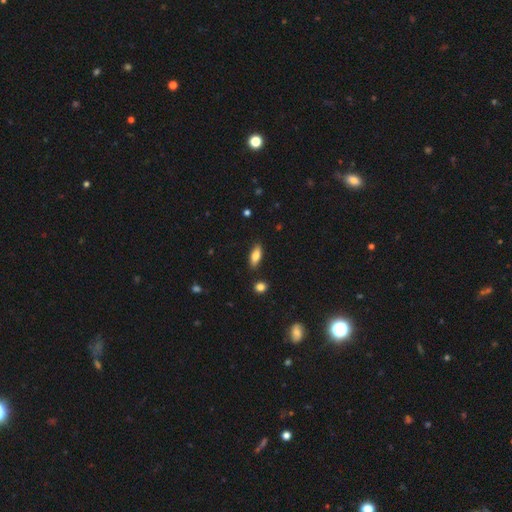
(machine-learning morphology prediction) Smooth or featured: smooth — 79% (featured or disk — 14%)
How rounded: in between — 75% (cigar-shaped — 22%)
Merging: none — 84% (minor disturbance — 11%)